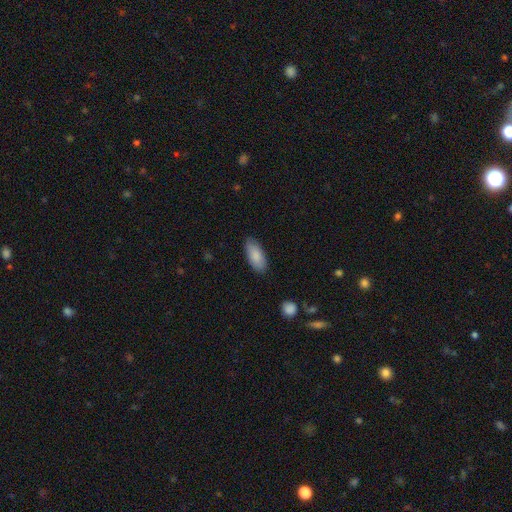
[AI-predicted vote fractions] Smooth or featured? Predicted: smooth (p=0.86). How rounded? Predicted: in between (p=0.87). Merging? Predicted: none (p=0.84).